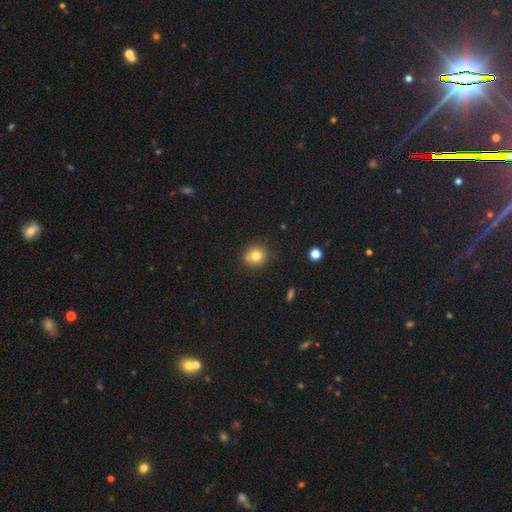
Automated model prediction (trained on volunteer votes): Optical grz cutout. It shows a smooth galaxy with no disk features (77%) that is round (89%). Merging: none (72%).